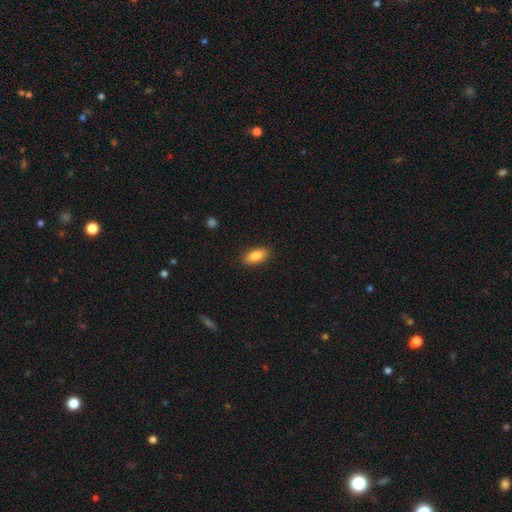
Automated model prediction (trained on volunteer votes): Smooth or featured? smooth (85%)
How rounded? in between (87%)
Merging? none (89%)